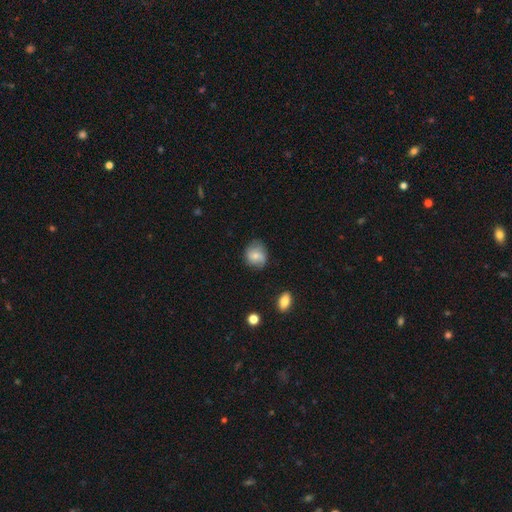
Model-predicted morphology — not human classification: type=smooth (59%); roundness=round (72%); merging=none (68%).